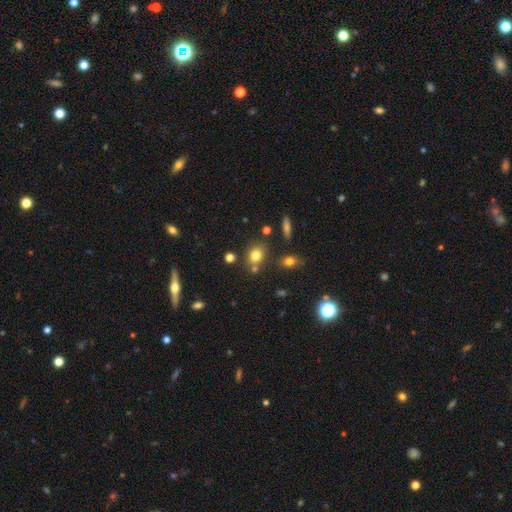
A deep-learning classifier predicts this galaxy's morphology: A smooth galaxy with no disk features (76%) that is round (54%).

Vote fractions:
- Smooth or featured? smooth: 76% / star or artifact: 14% / featured or disk: 10%
- How rounded? round: 54% / in between: 45% / cigar-shaped: 2%
- Merging? none: 70% / merger: 13% / minor disturbance: 13% / major disturbance: 4%